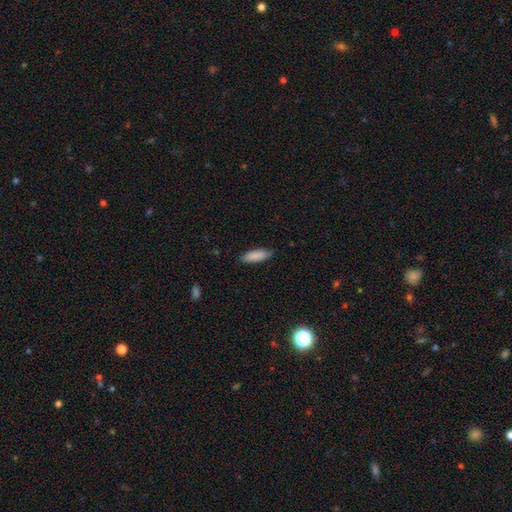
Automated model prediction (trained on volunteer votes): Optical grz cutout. It shows a smooth galaxy with no disk features (88%) that is in between round and cigar-shaped (58%). Merging: none (84%).